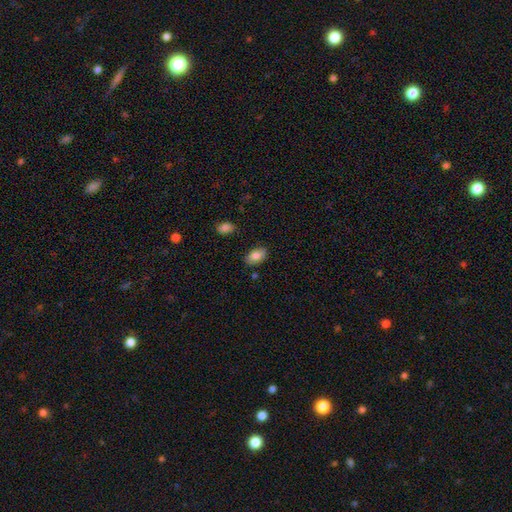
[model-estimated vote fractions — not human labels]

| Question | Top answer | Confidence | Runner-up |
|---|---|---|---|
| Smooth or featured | smooth | 82% | featured or disk (11%) |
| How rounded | in between | 92% | round (6%) |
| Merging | none | 83% | minor disturbance (12%) |